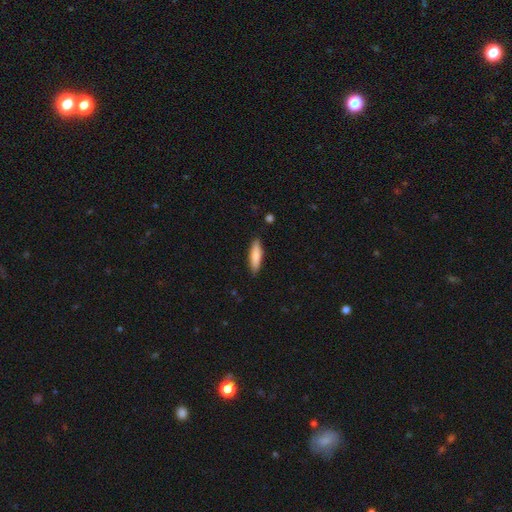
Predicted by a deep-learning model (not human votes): A smooth galaxy with no disk features (83%) that is cigar-shaped (68%).

Vote fractions:
- Smooth or featured? smooth: 83% / featured or disk: 12% / star or artifact: 6%
- How rounded? cigar-shaped: 68% / in between: 30% / round: 1%
- Merging? none: 87% / minor disturbance: 10% / major disturbance: 2% / merger: 1%